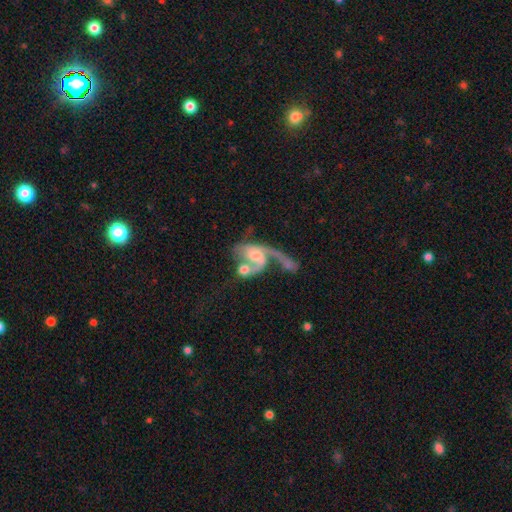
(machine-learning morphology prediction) This appears to be a featured or disk galaxy (79%) with no bar (55%), 2 (55%) loose (57%) spiral arms (90%) and a moderate central bulge (43%). Merging: merger (50%).